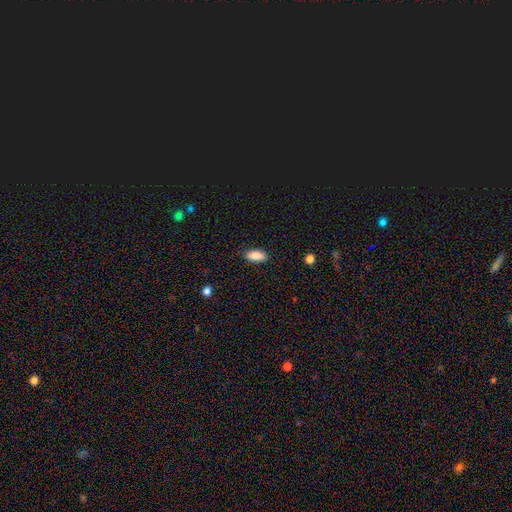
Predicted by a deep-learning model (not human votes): smooth-or-featured: smooth: 88% | star or artifact: 7% | featured or disk: 5%
  how-rounded: in between: 87% | cigar-shaped: 11% | round: 2%
  merging: none: 86% | minor disturbance: 11% | major disturbance: 2% | merger: 1%